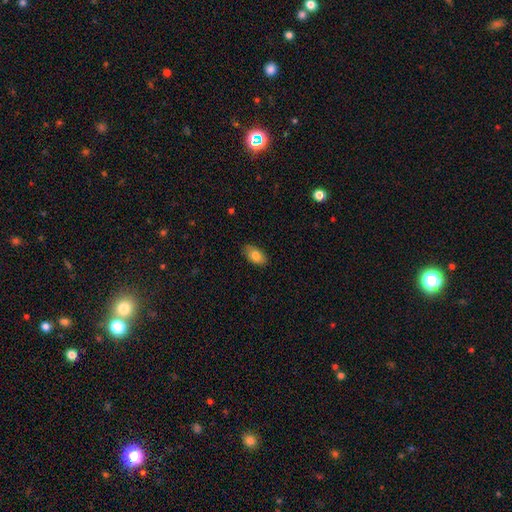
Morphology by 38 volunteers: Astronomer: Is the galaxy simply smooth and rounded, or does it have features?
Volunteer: smooth — 84%.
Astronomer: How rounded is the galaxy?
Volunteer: in between — 97%.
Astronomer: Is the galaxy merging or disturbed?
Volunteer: none — 92%.